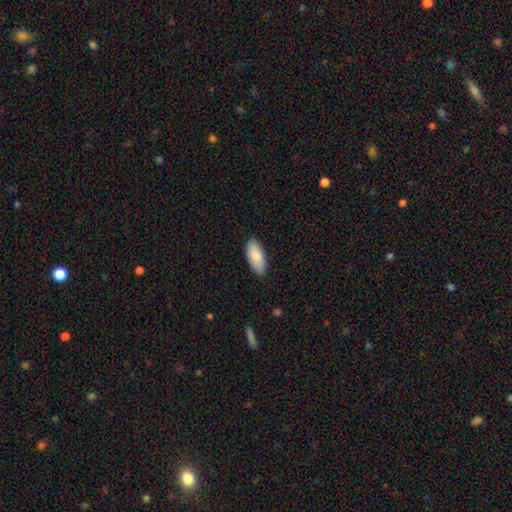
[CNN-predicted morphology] The model was most divided on "how rounded": in between: 86%, cigar-shaped: 12%, round: 2%. More confident: smooth or featured — smooth (87%); merging — none (86%).